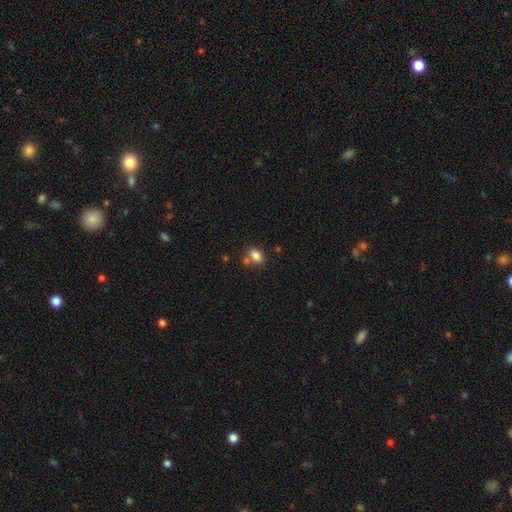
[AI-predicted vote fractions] This is clearly a smooth galaxy (82%). How rounded: likely in between (74%). Merging: possibly none (58%).